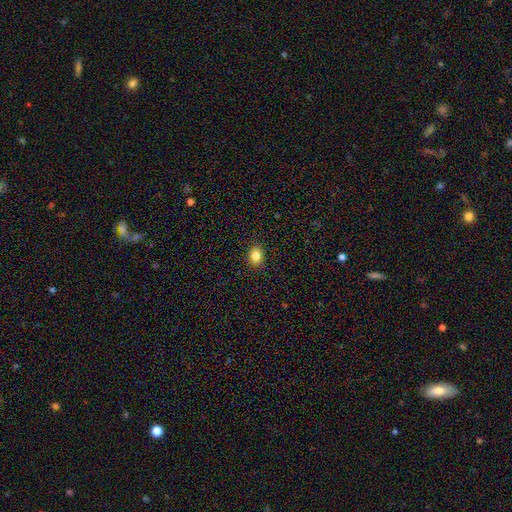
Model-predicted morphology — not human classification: Q: Smooth or featured?
A: smooth (83%); runner-up: star or artifact (11%)
Q: How rounded?
A: in between (51%); runner-up: round (48%)
Q: Merging?
A: none (90%); runner-up: minor disturbance (7%)